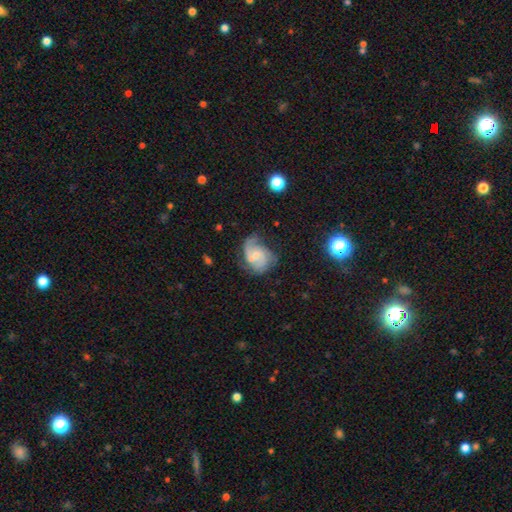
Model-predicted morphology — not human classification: A featured or disk galaxy (76%) with no bar (54%), 2 (62%) medium (50%) spiral arms (92%) and a small central bulge (58%).

Vote fractions:
- Smooth or featured? featured or disk: 76% / smooth: 17% / star or artifact: 7%
- Edge-on disk? no: 98% / yes: 2%
- Bar? no: 54% / weak: 39% / strong: 7%
- Spiral arms? yes: 92% / no: 8%
- Spiral winding? medium: 50% / loose: 26% / tight: 24%
- Spiral arm count? 2: 62% / 3: 14% / can't tell: 13% / 1: 5% / 4: 3% / more than 4: 3%
- Bulge size? small: 58% / moderate: 26% / none: 13% / large: 2% / dominant: 1%
- Merging? none: 50% / minor disturbance: 25% / major disturbance: 18% / merger: 8%